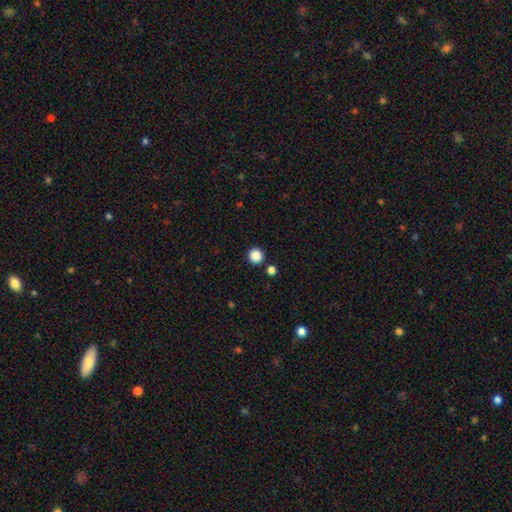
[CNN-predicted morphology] Overall: smooth (87%). How rounded: round (94%). Merging: none (89%).